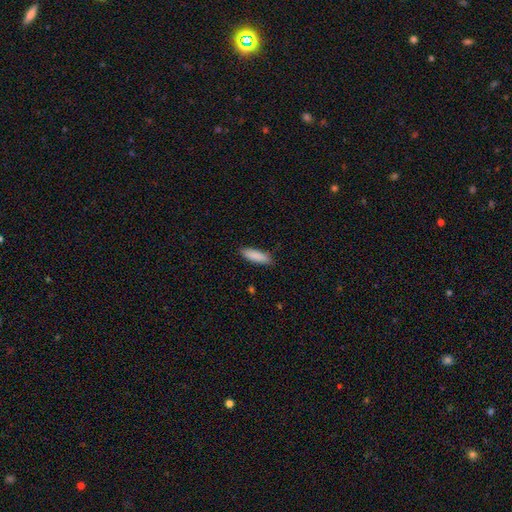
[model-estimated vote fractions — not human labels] Smooth or featured: smooth — 88% (star or artifact — 6%)
How rounded: cigar-shaped — 53% (in between — 45%)
Merging: none — 86% (minor disturbance — 11%)